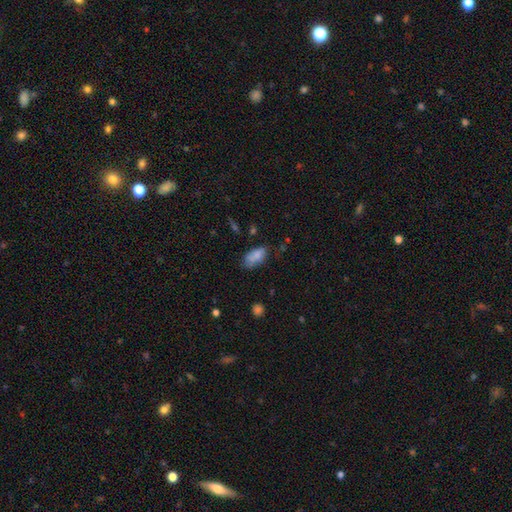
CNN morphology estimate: Smooth or featured? smooth (79%)
How rounded? in between (92%)
Merging? none (54%)